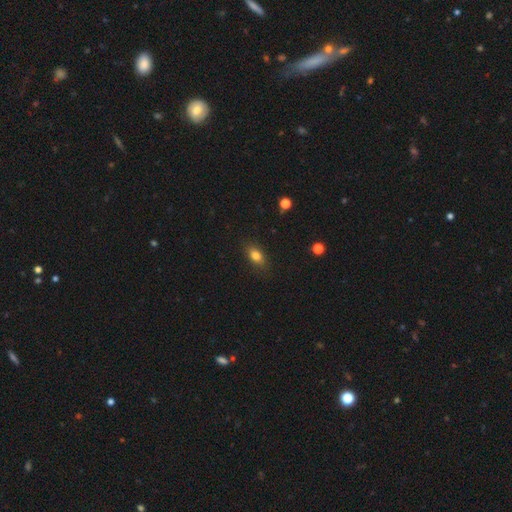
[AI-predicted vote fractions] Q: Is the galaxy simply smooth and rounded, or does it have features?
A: smooth — 80%.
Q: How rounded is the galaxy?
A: in between — 80%.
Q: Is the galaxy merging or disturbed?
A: none — 85%.